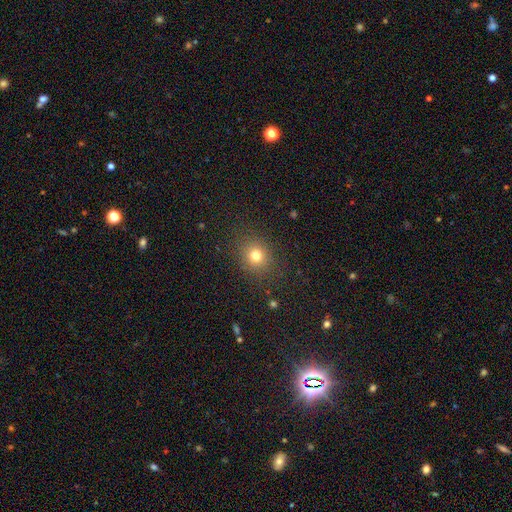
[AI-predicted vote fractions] smooth 77%, star or artifact 16%, featured or disk 7%. Down the decision tree: how rounded — round (80%); merging — none (87%).